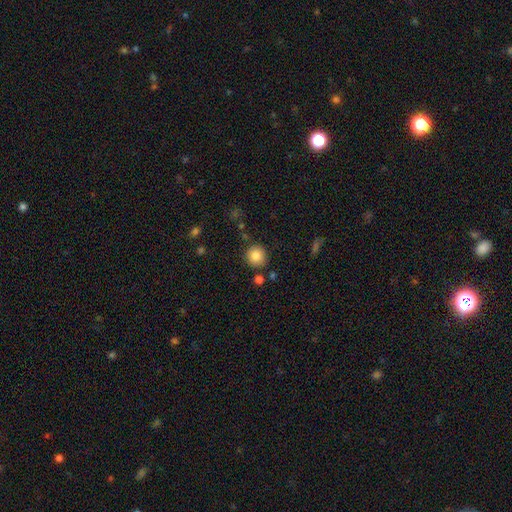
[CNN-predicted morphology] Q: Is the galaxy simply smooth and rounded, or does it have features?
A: smooth — 85%.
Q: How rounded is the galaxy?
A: round — 91%.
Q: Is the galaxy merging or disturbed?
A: none — 85%.